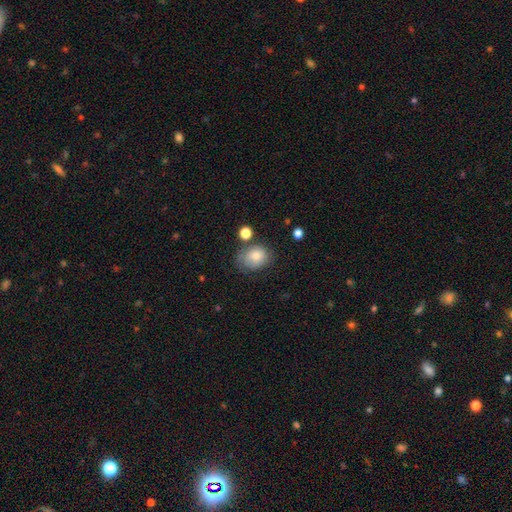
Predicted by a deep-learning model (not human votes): A smooth galaxy with no disk features (74%) that is in between round and cigar-shaped (54%). Merging: none (58%).